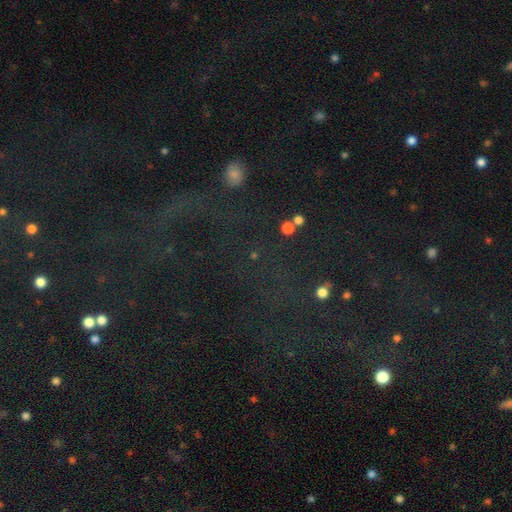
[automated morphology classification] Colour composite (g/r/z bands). It shows a star or artifact, not a galaxy (70%).